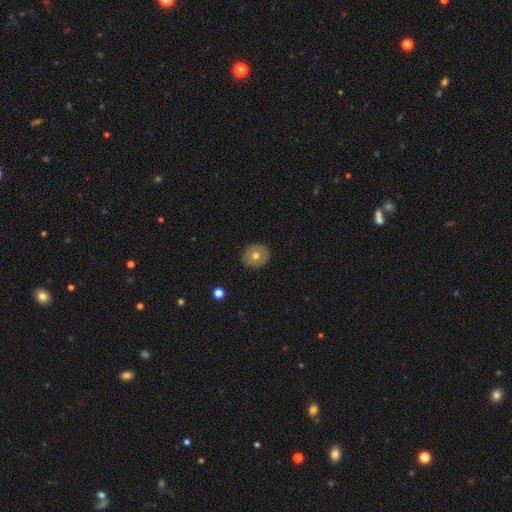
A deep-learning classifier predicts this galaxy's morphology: smooth-or-featured: smooth: 66% | featured or disk: 25% | star or artifact: 9%
  how-rounded: round: 85% | in between: 14% | cigar-shaped: 1%
  merging: none: 90% | minor disturbance: 7% | major disturbance: 2% | merger: 1%